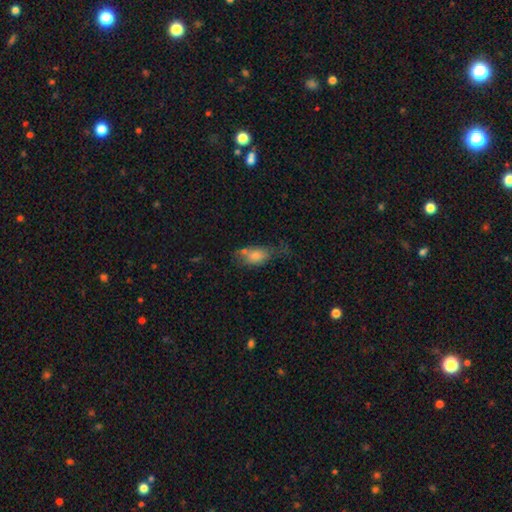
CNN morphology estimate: Overall: smooth (73%). How rounded: in between (86%). Merging: none (35%; minor disturbance 30%).